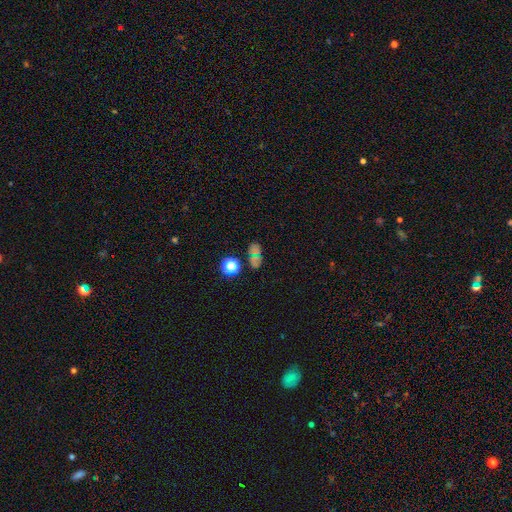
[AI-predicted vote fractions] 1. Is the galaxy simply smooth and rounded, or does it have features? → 43% star or artifact, 42% smooth, 15% featured or disk.